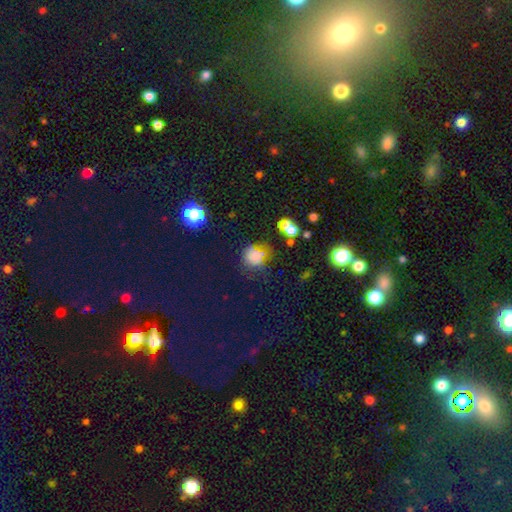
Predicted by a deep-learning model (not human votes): Overall: smooth (65%; star or artifact 26%). How rounded: round (80%). Merging: none (57%; minor disturbance 22%).